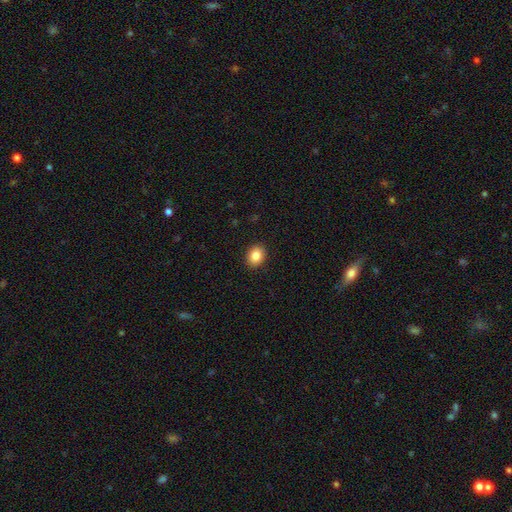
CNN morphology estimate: Smooth or featured? smooth (86%)
How rounded? in between (51%)
Merging? none (91%)